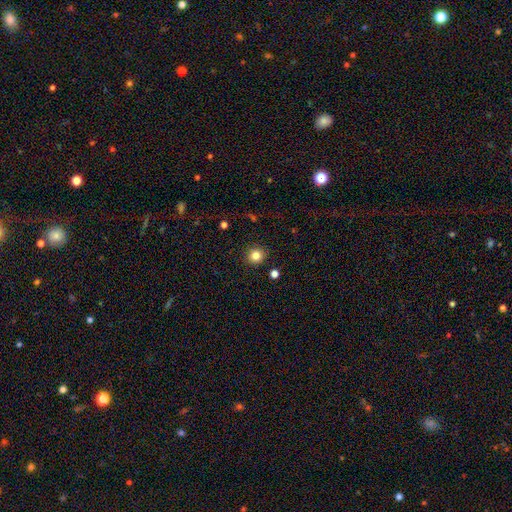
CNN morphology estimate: A smooth galaxy with no disk features (82%) that is round (90%).

Vote fractions:
- Smooth or featured? smooth: 82% / star or artifact: 12% / featured or disk: 6%
- How rounded? round: 90% / in between: 9% / cigar-shaped: 1%
- Merging? none: 91% / minor disturbance: 6% / major disturbance: 2% / merger: 1%